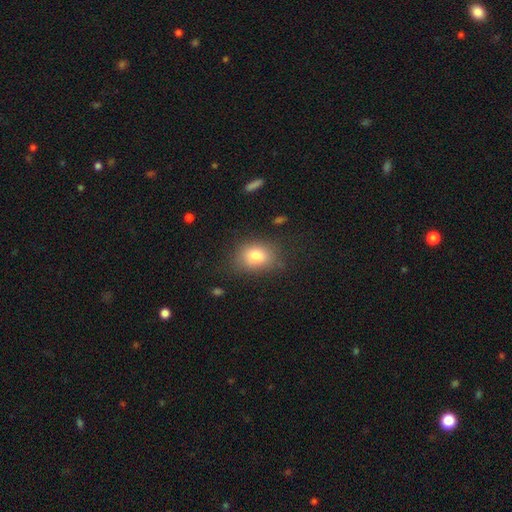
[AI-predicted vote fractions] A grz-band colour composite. It shows a smooth galaxy with no disk features (80%) that is in between round and cigar-shaped (56%). Merging: none (77%).